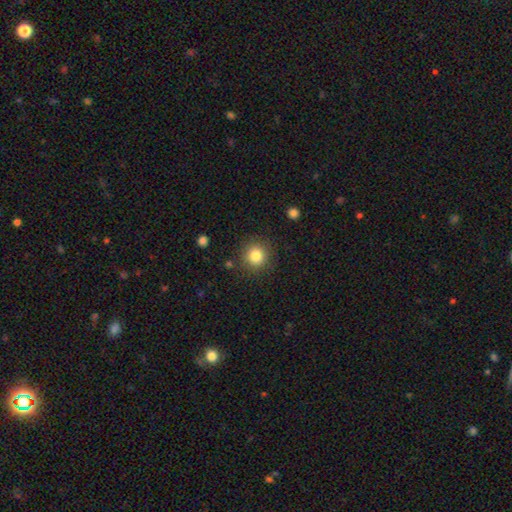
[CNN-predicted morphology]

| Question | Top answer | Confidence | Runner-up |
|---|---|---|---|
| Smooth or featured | smooth | 83% | star or artifact (11%) |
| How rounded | round | 92% | in between (7%) |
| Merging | none | 88% | minor disturbance (8%) |